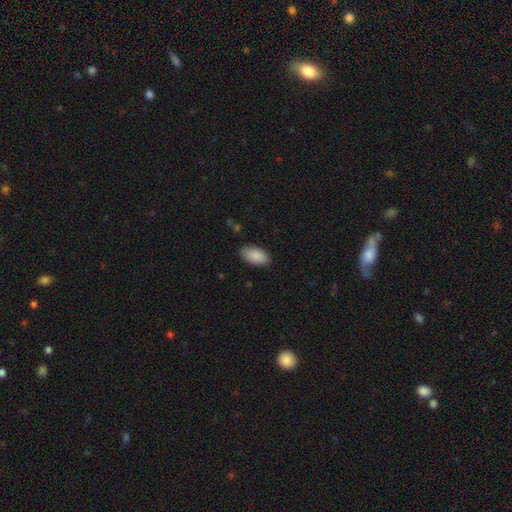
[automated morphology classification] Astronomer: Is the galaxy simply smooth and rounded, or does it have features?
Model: smooth — 89%.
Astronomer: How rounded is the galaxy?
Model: in between — 95%.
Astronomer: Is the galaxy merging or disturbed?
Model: none — 86%.